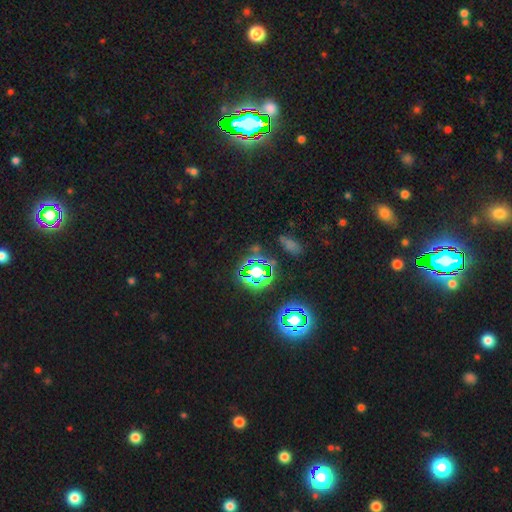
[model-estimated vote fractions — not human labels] The model was most divided on "smooth or featured": star or artifact: 74%, smooth: 18%, featured or disk: 8%.